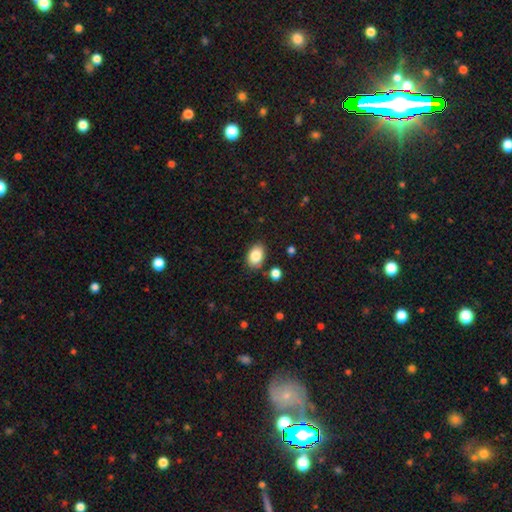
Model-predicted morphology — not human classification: Q: Smooth or featured?
A: smooth (84%); runner-up: star or artifact (8%)
Q: How rounded?
A: in between (80%); runner-up: round (19%)
Q: Merging?
A: none (81%); runner-up: minor disturbance (12%)